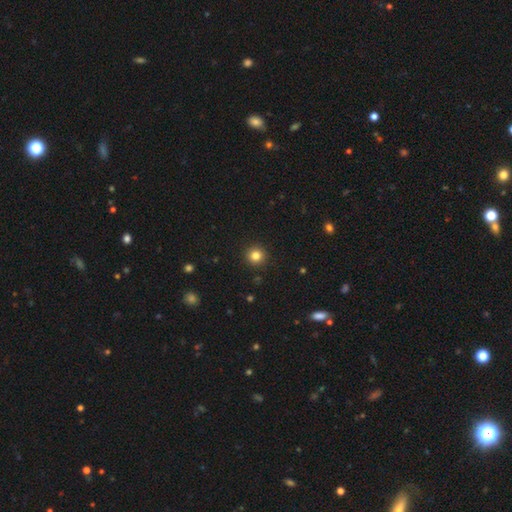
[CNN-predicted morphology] A smooth galaxy with no disk features (82%) that is round (95%). Merging: none (92%).